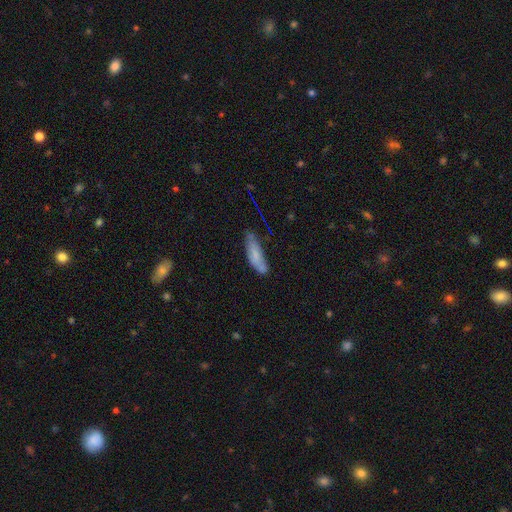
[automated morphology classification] The model was most divided on "how rounded": cigar-shaped: 55%, in between: 43%, round: 2%. Remaining: smooth or featured — smooth (67%); merging — none (48%).